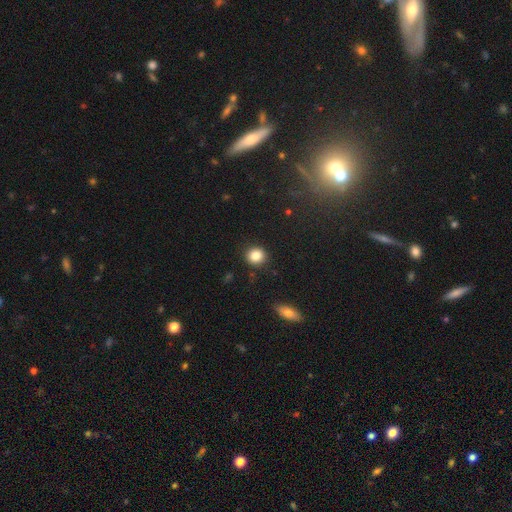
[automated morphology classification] Q: Smooth or featured?
A: smooth (85%); runner-up: star or artifact (10%)
Q: How rounded?
A: round (87%); runner-up: in between (12%)
Q: Merging?
A: none (90%); runner-up: minor disturbance (7%)